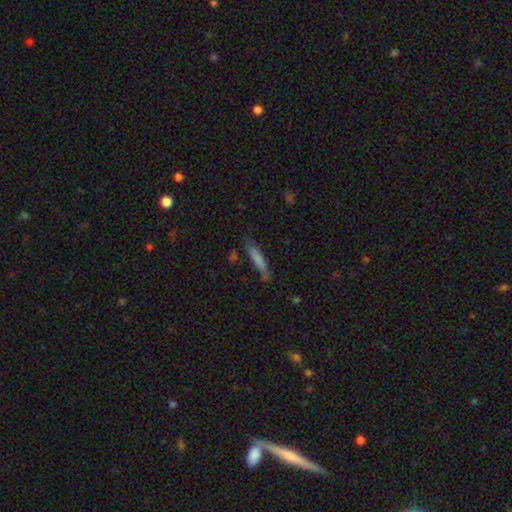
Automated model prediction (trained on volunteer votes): The model was most divided on "smooth or featured": smooth: 69%, featured or disk: 23%, star or artifact: 8%. More confident: how rounded — cigar-shaped (93%); merging — none (77%).